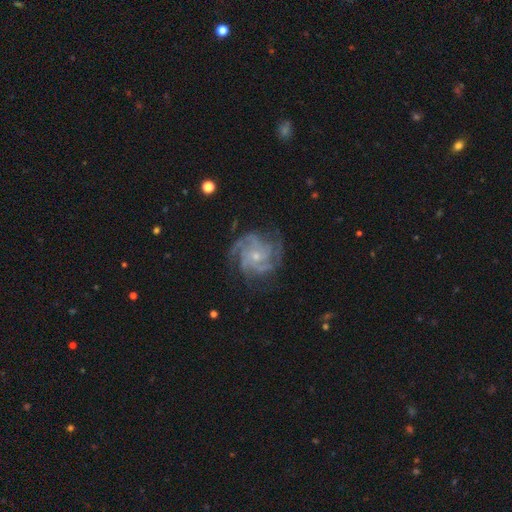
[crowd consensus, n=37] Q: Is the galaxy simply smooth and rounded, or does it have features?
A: featured or disk — 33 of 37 (89%).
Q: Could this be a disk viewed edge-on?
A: no — 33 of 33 (100%).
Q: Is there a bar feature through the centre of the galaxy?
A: no — 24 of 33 (73%).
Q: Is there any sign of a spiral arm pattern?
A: yes — 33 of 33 (100%).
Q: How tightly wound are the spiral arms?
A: medium — 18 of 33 (55%).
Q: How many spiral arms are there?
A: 4 — 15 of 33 (45%).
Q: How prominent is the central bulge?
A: small — 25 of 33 (76%).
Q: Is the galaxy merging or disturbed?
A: none — 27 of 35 (77%).